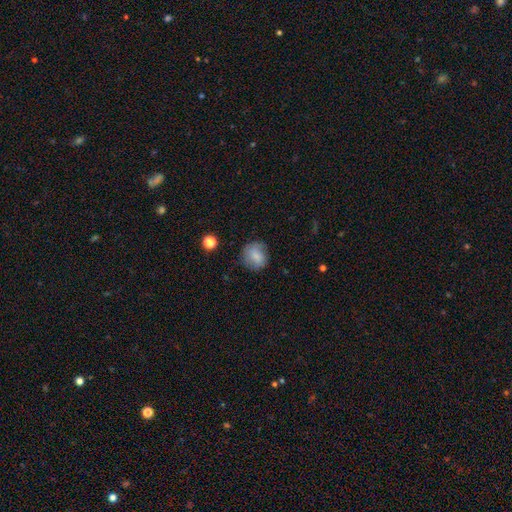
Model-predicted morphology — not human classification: Smooth or featured: smooth — 78% (featured or disk — 13%)
How rounded: round — 82% (in between — 17%)
Merging: none — 78% (minor disturbance — 16%)